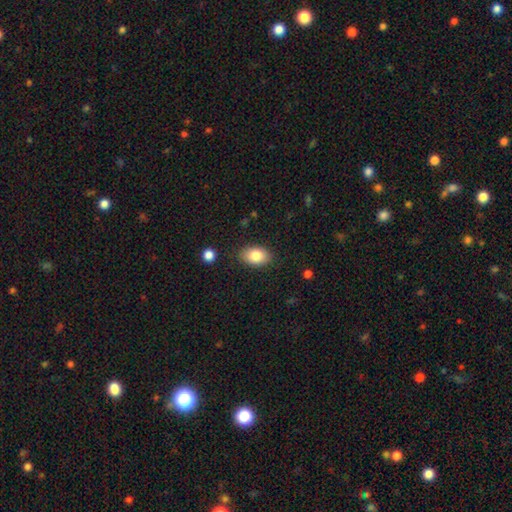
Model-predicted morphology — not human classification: Smooth or featured? smooth (83%)
How rounded? in between (88%)
Merging? none (85%)